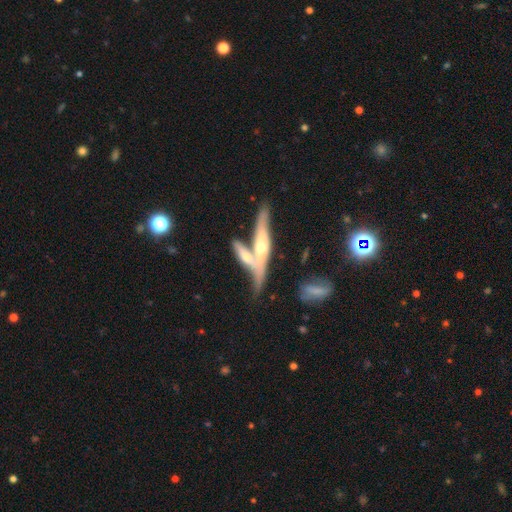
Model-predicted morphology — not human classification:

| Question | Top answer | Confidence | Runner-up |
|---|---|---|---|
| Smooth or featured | featured or disk | 64% | smooth (29%) |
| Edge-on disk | yes | 76% | no (24%) |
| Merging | merger | 49% | none (33%) |